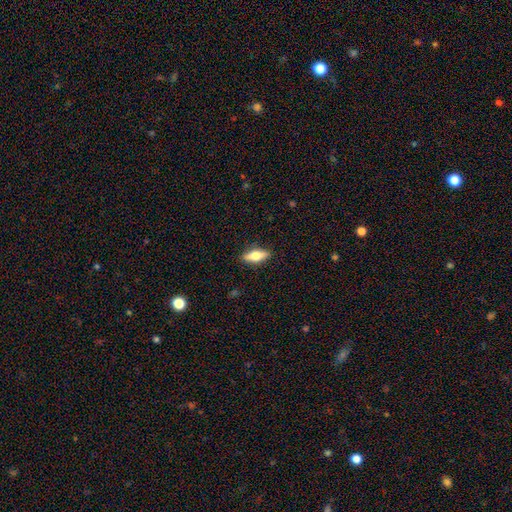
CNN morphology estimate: type=smooth (59%); roundness=in between (66%); merging=none (89%).